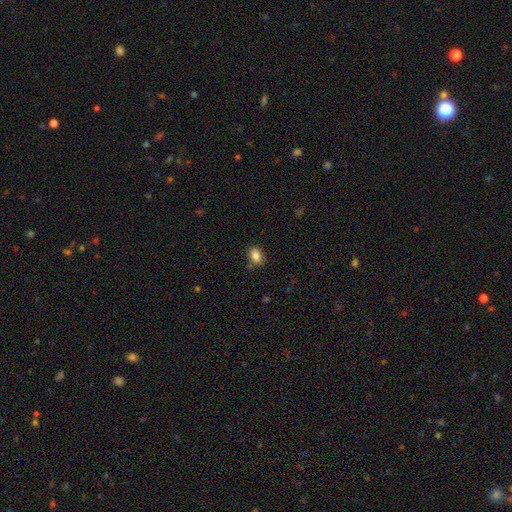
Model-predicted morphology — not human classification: Smooth or featured? Predicted: smooth (p=0.85). How rounded? Predicted: in between (p=0.78). Merging? Predicted: none (p=0.81).